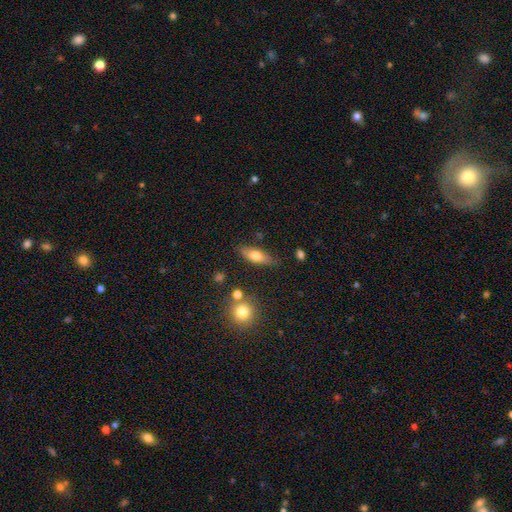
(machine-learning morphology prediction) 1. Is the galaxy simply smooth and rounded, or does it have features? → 66% smooth, 27% featured or disk, 7% star or artifact.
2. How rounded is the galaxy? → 64% in between, 32% cigar-shaped, 4% round.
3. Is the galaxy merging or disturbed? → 77% none, 15% minor disturbance, 4% merger, 4% major disturbance.